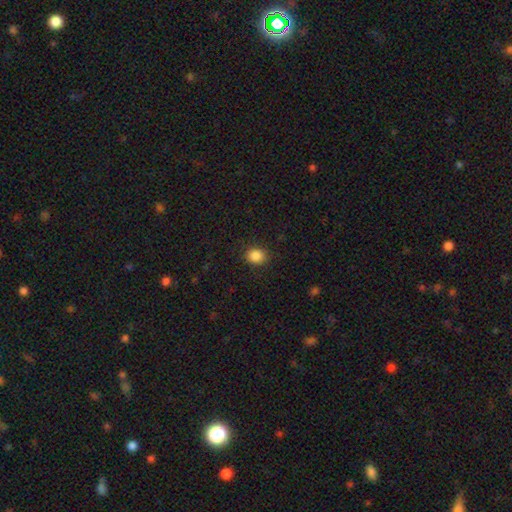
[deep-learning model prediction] Morphology: type=smooth (87%); roundness=round (66%); merging=none (88%).